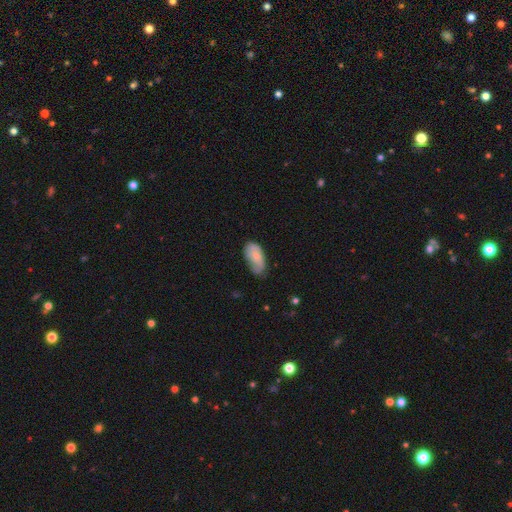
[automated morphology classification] This appears to be a smooth galaxy with no disk features (69%) that is in between round and cigar-shaped (93%). Merging: none (49%).